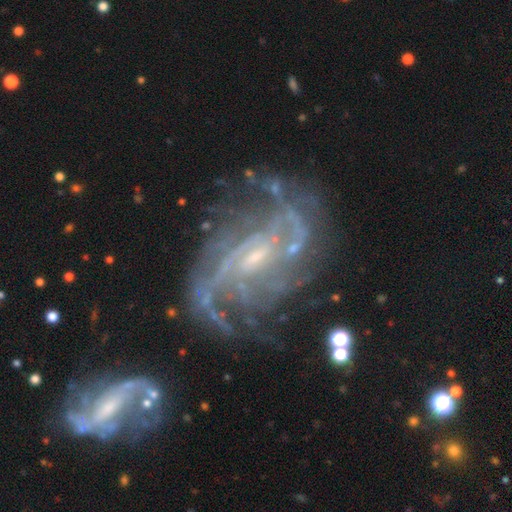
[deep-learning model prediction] This is clearly a featured or disk galaxy (88%). It is clearly not viewed edge-on (97%). Bar: possibly weak (48%). Spiral arm pattern: clearly yes (96%). Spiral arm count: marginally can't tell (28%). Spiral winding: marginally medium (43%). Central bulge: likely small (74%). Merging: possibly none (58%).